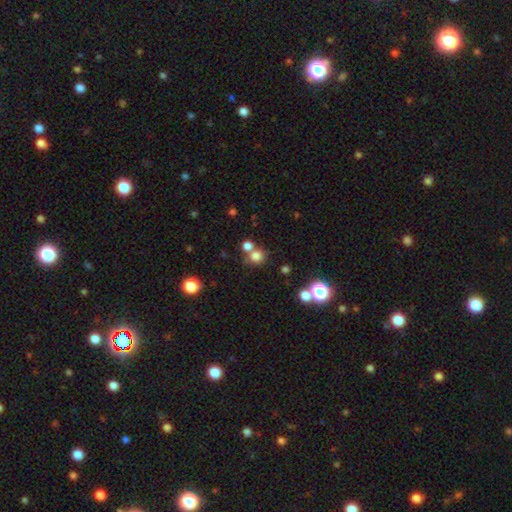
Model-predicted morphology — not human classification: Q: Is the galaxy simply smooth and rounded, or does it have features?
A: smooth — 77%.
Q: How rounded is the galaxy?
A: round — 87%.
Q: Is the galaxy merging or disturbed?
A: none — 58%.